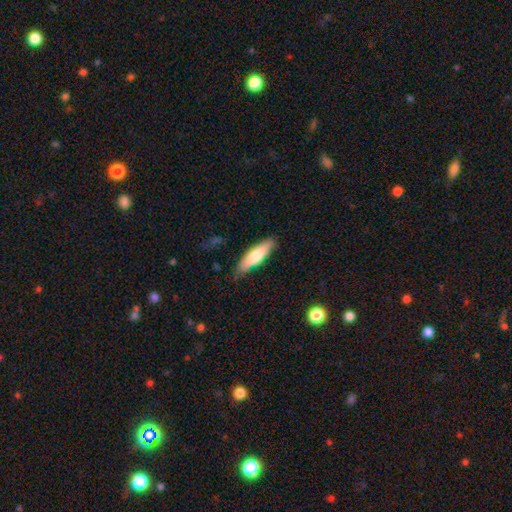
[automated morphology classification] Smooth or featured: smooth — 74% (featured or disk — 21%)
How rounded: cigar-shaped — 59% (in between — 39%)
Merging: none — 79% (minor disturbance — 17%)